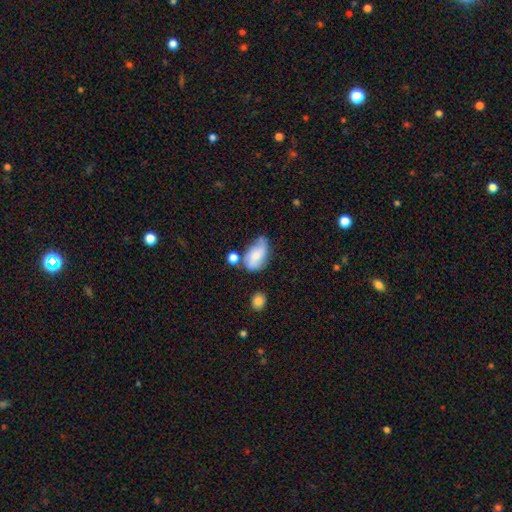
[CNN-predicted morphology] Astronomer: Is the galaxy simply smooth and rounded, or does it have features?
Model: smooth — 60%.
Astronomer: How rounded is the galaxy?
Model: in between — 89%.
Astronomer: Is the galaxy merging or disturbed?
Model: none — 36% (runner-up: minor disturbance, 33%).